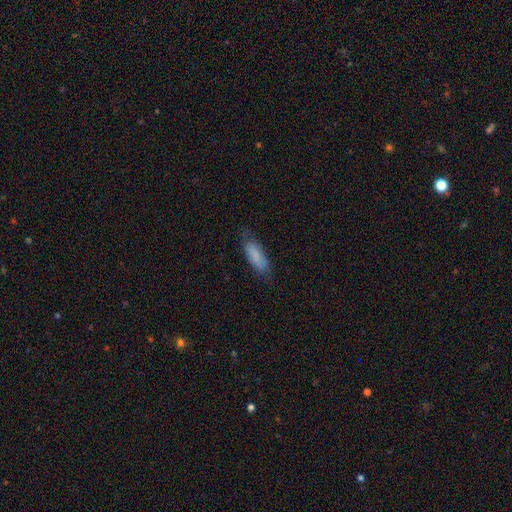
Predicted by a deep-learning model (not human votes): Smooth or featured: smooth — 82% (featured or disk — 12%)
How rounded: in between — 64% (cigar-shaped — 35%)
Merging: none — 75% (minor disturbance — 19%)